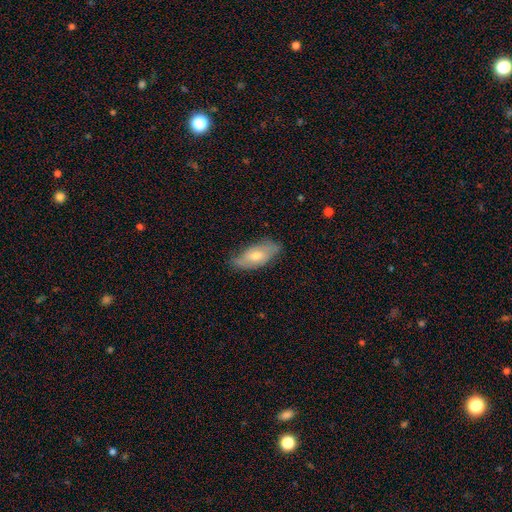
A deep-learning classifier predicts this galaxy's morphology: Smooth or featured: smooth — 49% (featured or disk — 44%)
Merging: none — 72% (minor disturbance — 23%)